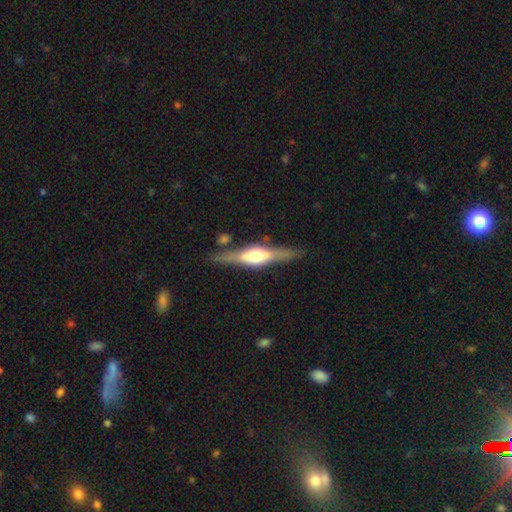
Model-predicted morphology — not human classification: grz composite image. It shows a featured or disk galaxy (75%) viewed edge-on (96%) with a rounded central bulge (86%). Merging: none (82%).